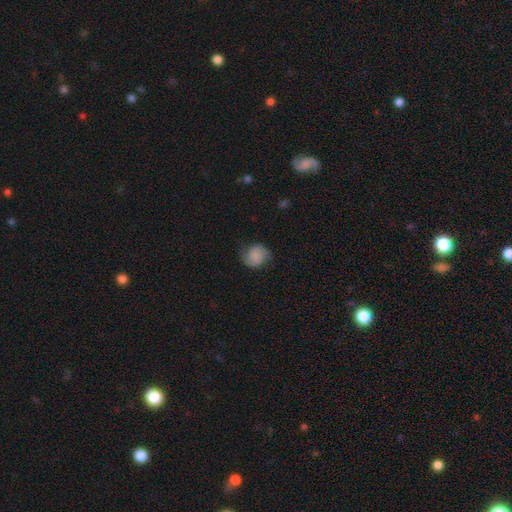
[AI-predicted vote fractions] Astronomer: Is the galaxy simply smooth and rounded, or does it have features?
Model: smooth — 63%.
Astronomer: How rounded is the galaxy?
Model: round — 71%.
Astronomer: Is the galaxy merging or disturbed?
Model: none — 70%.